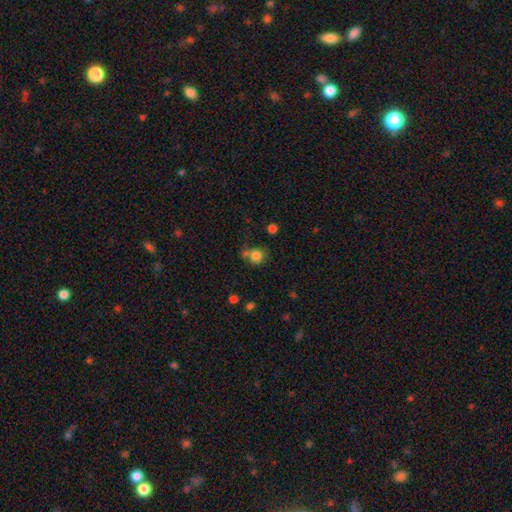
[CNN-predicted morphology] Smooth or featured? smooth (82%)
How rounded? round (85%)
Merging? none (57%)